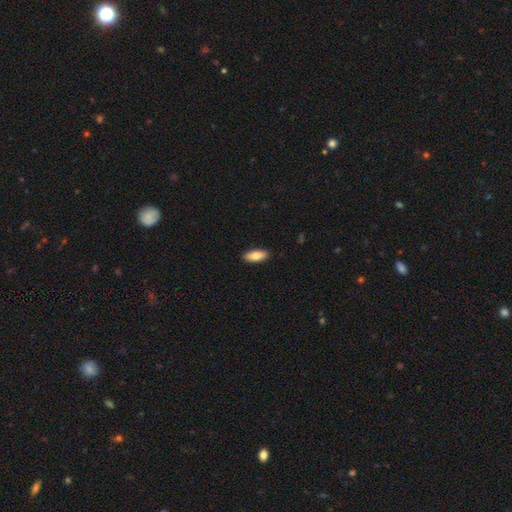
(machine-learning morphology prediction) A smooth galaxy with no disk features (81%) that is in between round and cigar-shaped (79%). Merging: none (90%).